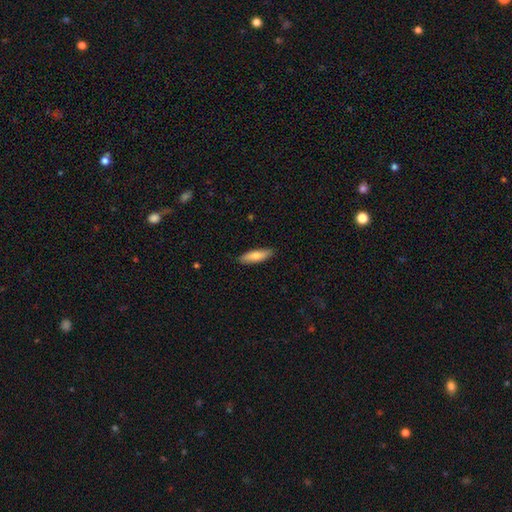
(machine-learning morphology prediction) Smooth or featured? smooth (76%)
How rounded? cigar-shaped (55%)
Merging? none (88%)